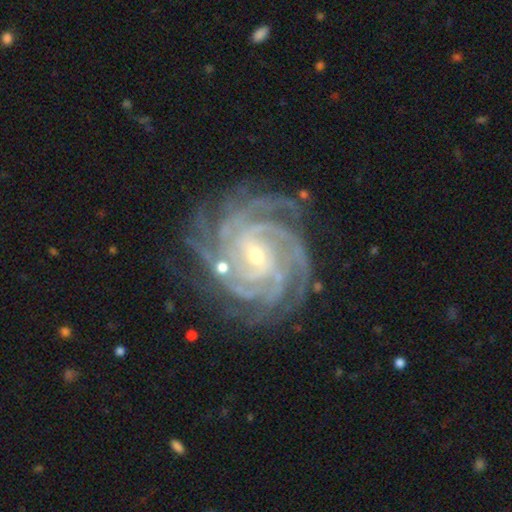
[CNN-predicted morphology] Overall: featured or disk (93%). Edge-on disk: no (98%). Bar: no (44%; weak 38%). Spiral arms: yes (99%). Spiral arm count: more than 4 (34%; 4 30%). Spiral winding: tight (79%). Bulge size: small (63%; moderate 34%). Merging: none (79%).